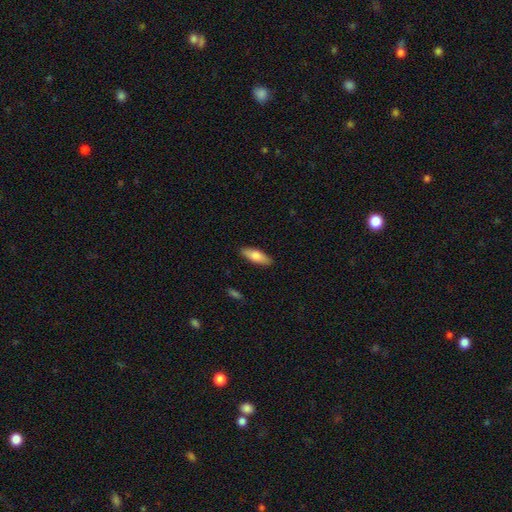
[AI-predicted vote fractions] Smooth or featured? Predicted: smooth (p=0.78). How rounded? Predicted: in between (p=0.64). Merging? Predicted: none (p=0.89).